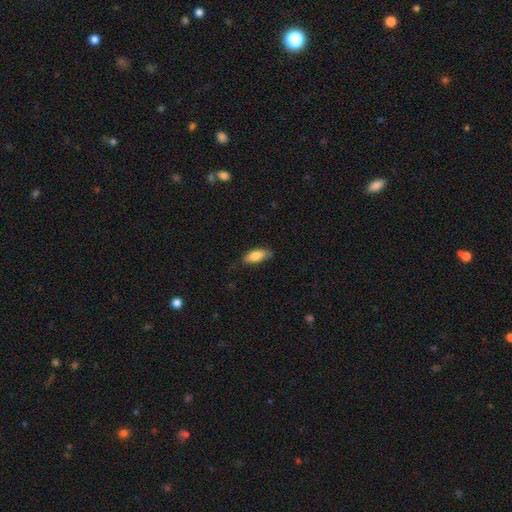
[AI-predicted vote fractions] smooth-or-featured: smooth: 81% | featured or disk: 13% | star or artifact: 6%
  how-rounded: in between: 78% | cigar-shaped: 20% | round: 2%
  merging: none: 70% | minor disturbance: 24% | major disturbance: 4% | merger: 1%